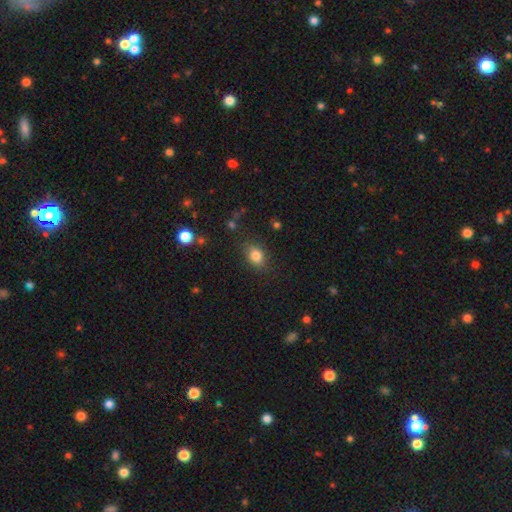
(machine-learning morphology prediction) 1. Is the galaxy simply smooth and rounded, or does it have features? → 81% smooth, 11% star or artifact, 8% featured or disk.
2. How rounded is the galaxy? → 66% in between, 32% round, 2% cigar-shaped.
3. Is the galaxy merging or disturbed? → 79% none, 15% minor disturbance, 4% major disturbance, 2% merger.